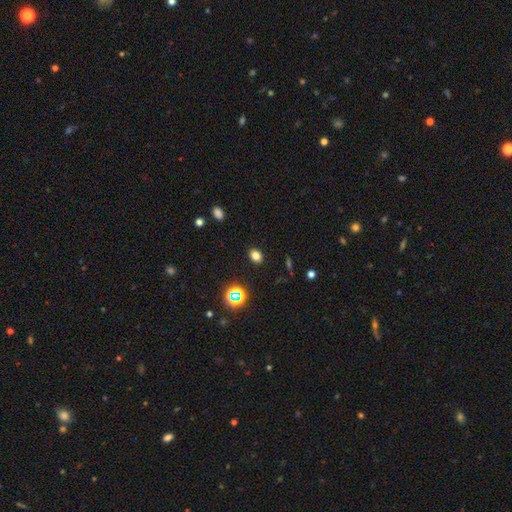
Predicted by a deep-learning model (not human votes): A smooth galaxy with no disk features (75%) that is in between round and cigar-shaped (58%). Merging: none (89%).